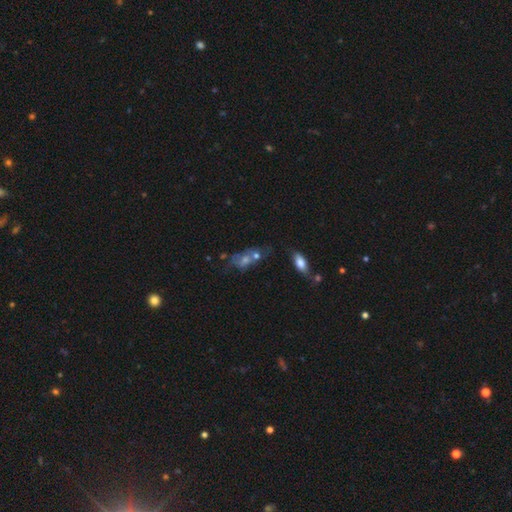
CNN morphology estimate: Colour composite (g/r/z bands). It shows a smooth galaxy with no disk features (43%). Merging: none (47%).